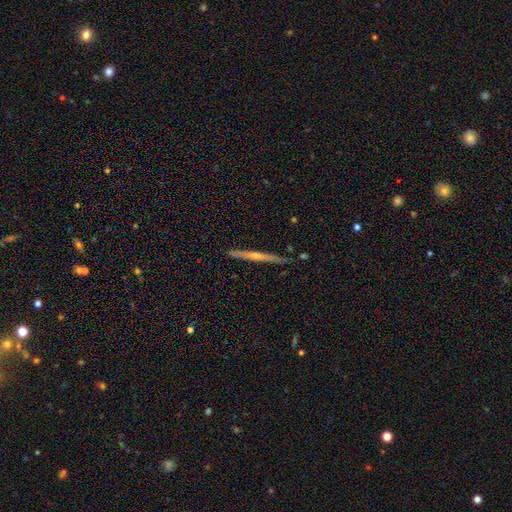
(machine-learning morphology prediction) A featured or disk galaxy (72%) viewed edge-on (98%) with a rounded central bulge (71%). Merging: none (89%).